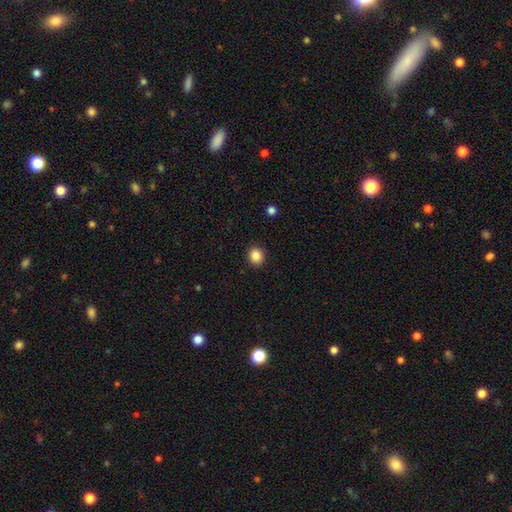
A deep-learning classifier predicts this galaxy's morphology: This is clearly a smooth galaxy (86%). How rounded: clearly round (86%). Merging: clearly none (91%).